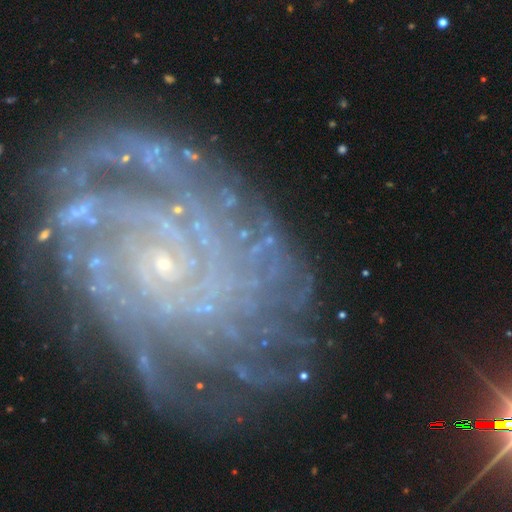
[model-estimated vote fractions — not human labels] smooth_or_featured: featured or disk (p=0.85) [alt: star or artifact p=0.10]
disk_edge_on: no (p=0.97) [alt: yes p=0.03]
bar: no (p=0.66) [alt: weak p=0.22]
has_spiral_arms: yes (p=0.97) [alt: no p=0.03]
spiral_winding: tight (p=0.81) [alt: medium p=0.15]
spiral_arm_count: more than 4 (p=0.28) [alt: can't tell p=0.22]
bulge_size: small (p=0.80) [alt: moderate p=0.14]
merging: none (p=0.73) [alt: minor disturbance p=0.16]